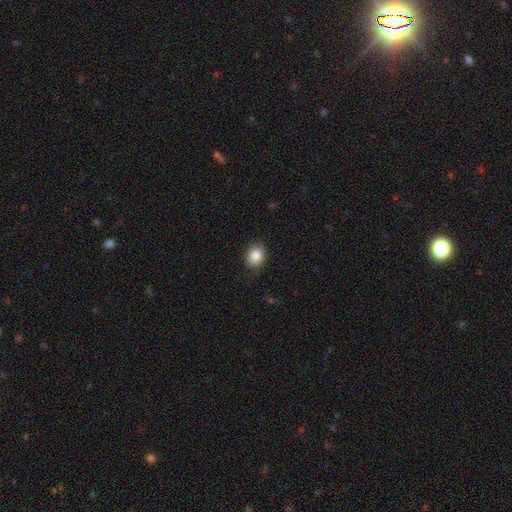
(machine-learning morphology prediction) A smooth galaxy with no disk features (85%) that is round (51%). Merging: none (81%).